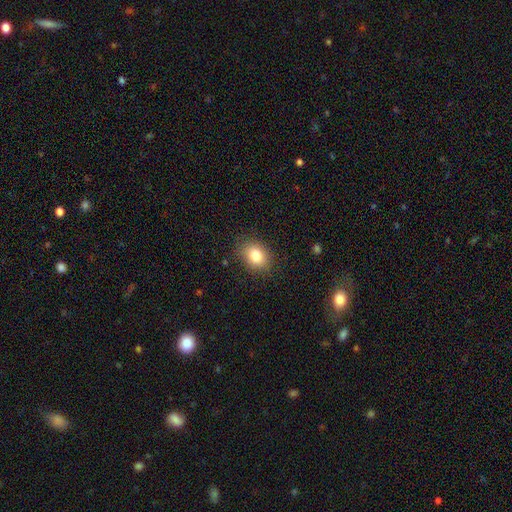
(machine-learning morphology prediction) smooth 82%, star or artifact 10%, featured or disk 9%. Down the decision tree: how rounded — in between (60%); merging — none (86%).